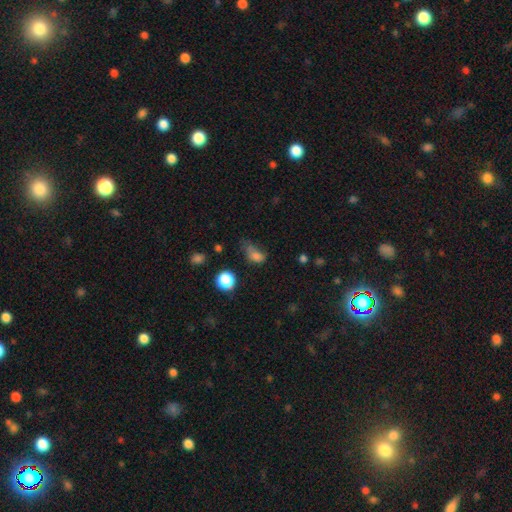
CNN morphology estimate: The model was most divided on "merging": major disturbance: 35%, minor disturbance: 33%, none: 26%, merger: 6%. More confident: smooth or featured — smooth (73%); how rounded — in between (71%).